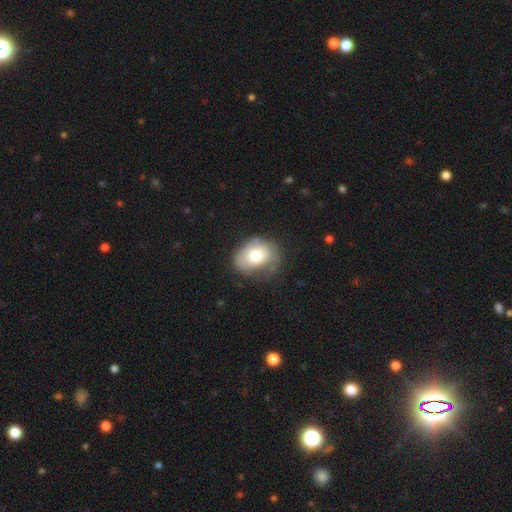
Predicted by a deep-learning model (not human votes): This is likely a smooth galaxy (62%). How rounded: likely in between (63%). Merging: possibly none (54%).